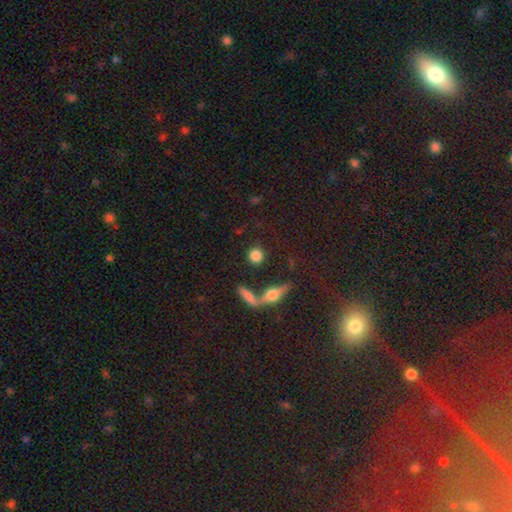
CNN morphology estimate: smooth 80%, featured or disk 10%, star or artifact 9%. Down the decision tree: how rounded — round (83%); merging — none (79%).